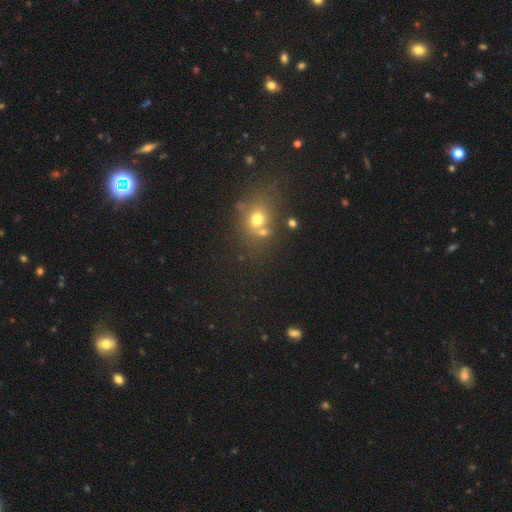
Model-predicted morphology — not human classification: The model was most divided on "smooth or featured": smooth: 48%, star or artifact: 41%, featured or disk: 11%. More confident: merging — none (69%).